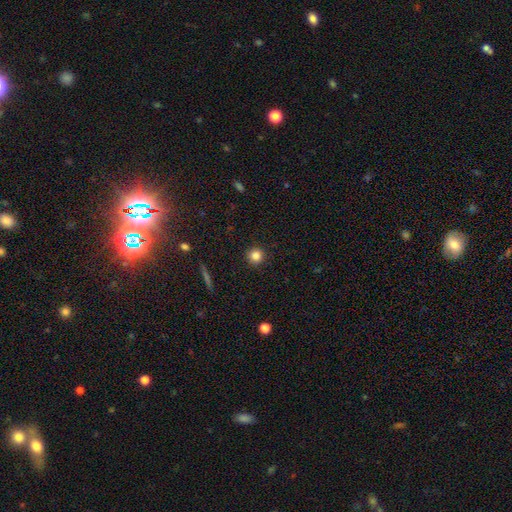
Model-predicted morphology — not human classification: smooth_or_featured: smooth (p=0.83) [alt: star or artifact p=0.12]
how_rounded: round (p=0.95) [alt: in between p=0.04]
merging: none (p=0.92) [alt: minor disturbance p=0.05]